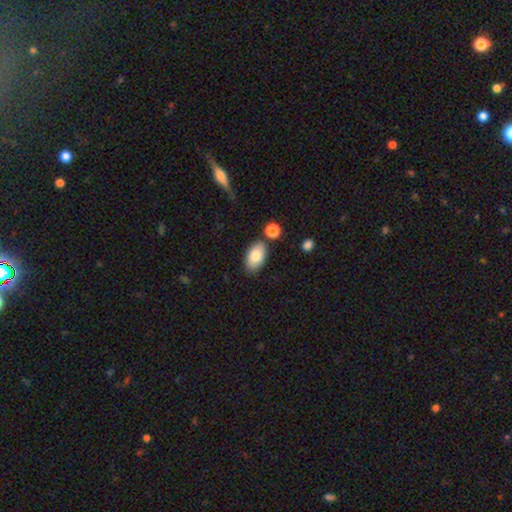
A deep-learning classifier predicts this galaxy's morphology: This appears to be a smooth galaxy with no disk features (83%) that is in between round and cigar-shaped (94%). Merging: none (79%).